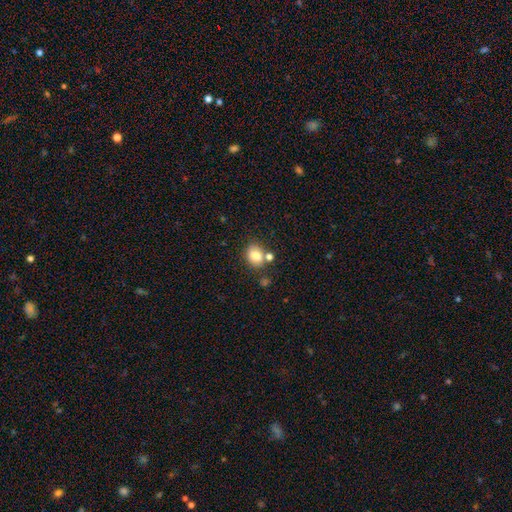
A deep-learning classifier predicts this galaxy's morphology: Smooth or featured: smooth — 80% (star or artifact — 10%)
How rounded: in between — 53% (round — 46%)
Merging: none — 64% (merger — 17%)